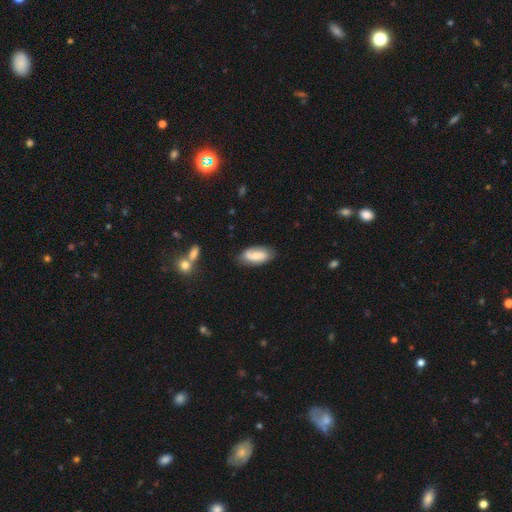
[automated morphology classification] Smooth or featured? Predicted: smooth (p=0.64). How rounded? Predicted: in between (p=0.90). Merging? Predicted: none (p=0.72).